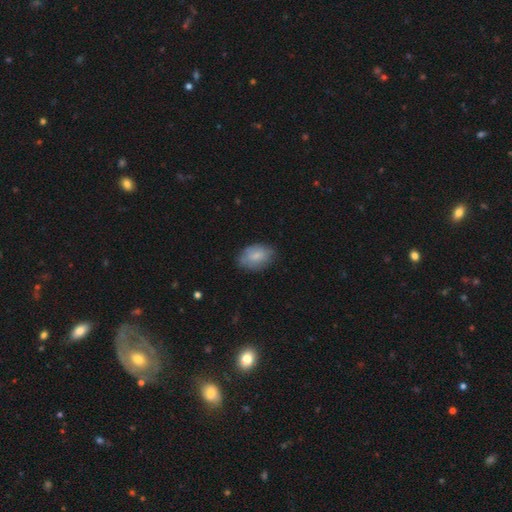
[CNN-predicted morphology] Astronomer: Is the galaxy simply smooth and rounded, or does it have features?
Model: smooth — 75%.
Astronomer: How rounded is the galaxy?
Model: in between — 87%.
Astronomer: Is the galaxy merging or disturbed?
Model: none — 70%.